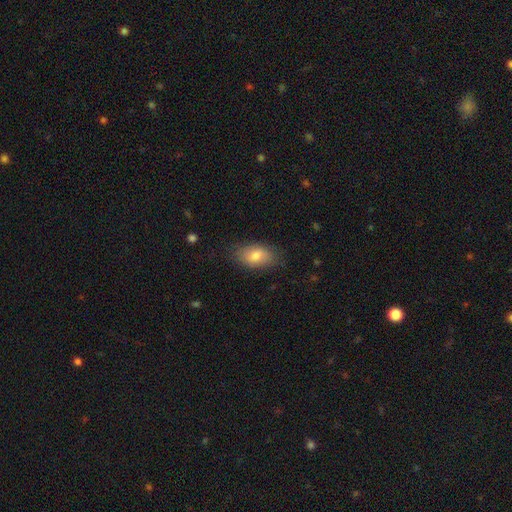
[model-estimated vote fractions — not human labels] A smooth galaxy with no disk features (79%) that is in between round and cigar-shaped (89%).

Vote fractions:
- Smooth or featured? smooth: 79% / featured or disk: 14% / star or artifact: 7%
- How rounded? in between: 89% / round: 9% / cigar-shaped: 2%
- Merging? none: 79% / minor disturbance: 16% / major disturbance: 4% / merger: 1%